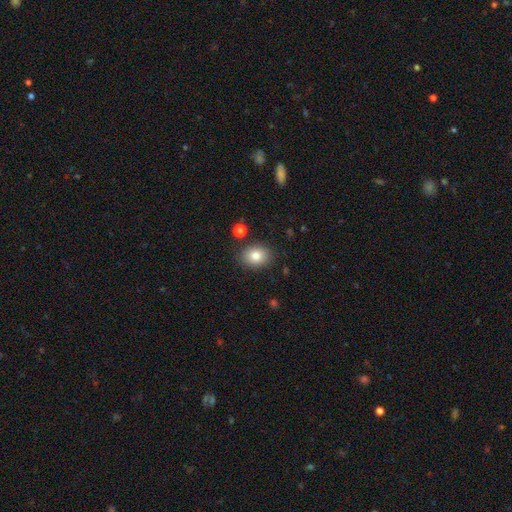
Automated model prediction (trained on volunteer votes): This is clearly a smooth galaxy (82%). How rounded: possibly round (54%). Merging: clearly none (85%).